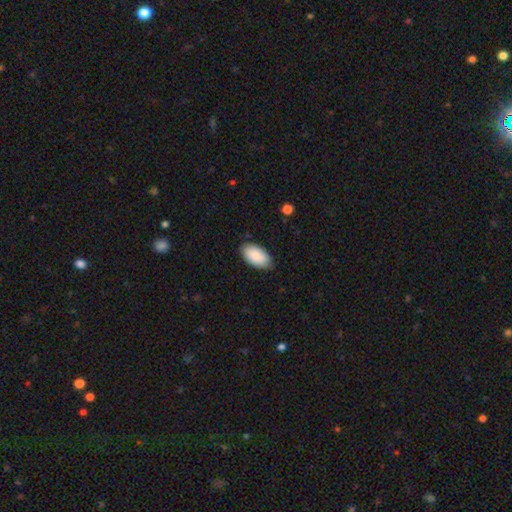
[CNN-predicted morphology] This is clearly a smooth galaxy (90%). How rounded: clearly in between (96%). Merging: clearly none (82%).